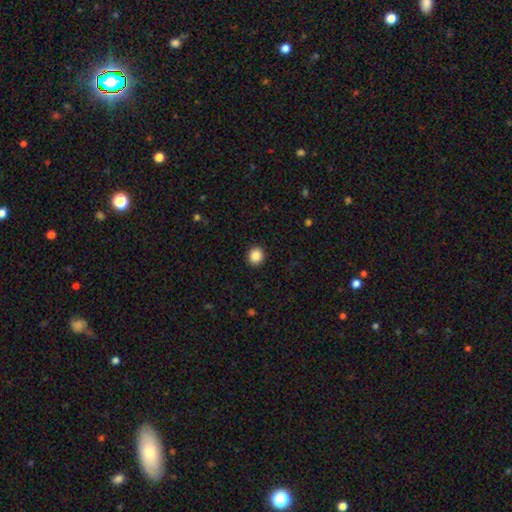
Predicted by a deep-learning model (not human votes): Smooth or featured? Predicted: smooth (p=0.88). How rounded? Predicted: round (p=0.86). Merging? Predicted: none (p=0.92).